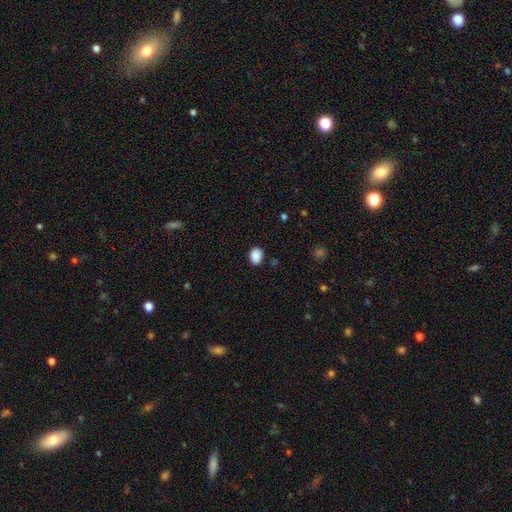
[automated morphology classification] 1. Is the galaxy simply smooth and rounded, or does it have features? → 89% smooth, 9% star or artifact, 3% featured or disk.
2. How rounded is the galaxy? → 66% in between, 34% round, 1% cigar-shaped.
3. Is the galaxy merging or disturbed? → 86% none, 10% minor disturbance, 2% major disturbance, 1% merger.